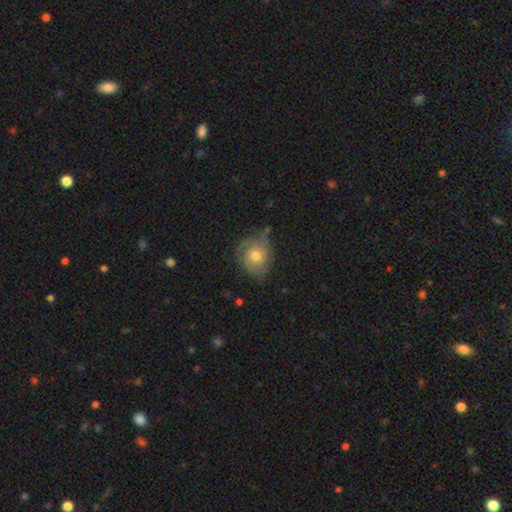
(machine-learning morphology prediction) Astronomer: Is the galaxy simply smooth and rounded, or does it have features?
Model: featured or disk — 62%.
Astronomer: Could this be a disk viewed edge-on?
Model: no — 97%.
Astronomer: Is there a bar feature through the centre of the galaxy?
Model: no — 83%.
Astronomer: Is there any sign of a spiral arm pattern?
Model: yes — 84%.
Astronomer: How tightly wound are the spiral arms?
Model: tight — 64%.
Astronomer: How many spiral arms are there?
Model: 2 — 34%, tied with can't tell at 34%.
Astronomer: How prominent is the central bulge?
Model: moderate — 70%.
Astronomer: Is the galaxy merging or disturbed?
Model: none — 62%.